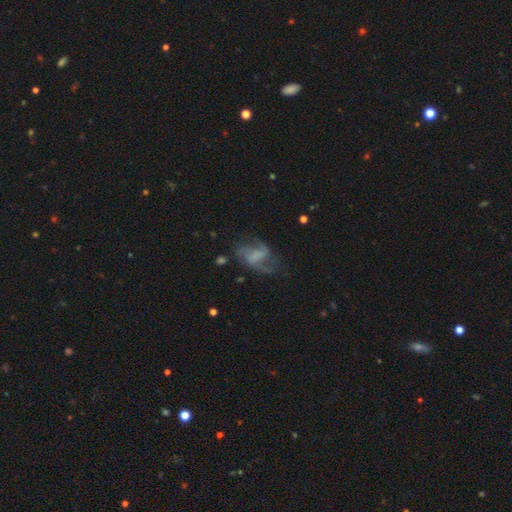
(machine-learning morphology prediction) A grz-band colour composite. It shows a featured or disk galaxy (67%) with a weak bar (41%), 2 (52%) loose (49%) spiral arms (81%) and no central bulge (60%). Merging: none (45%).